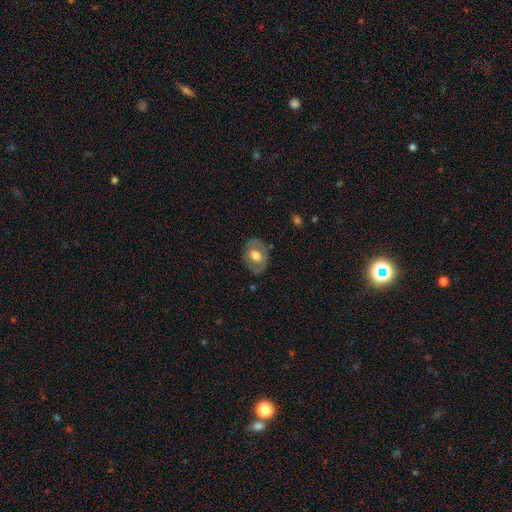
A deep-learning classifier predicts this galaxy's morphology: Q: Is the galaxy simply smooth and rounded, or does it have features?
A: smooth — 52%.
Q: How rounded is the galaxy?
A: in between — 61%.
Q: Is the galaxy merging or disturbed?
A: none — 77%.